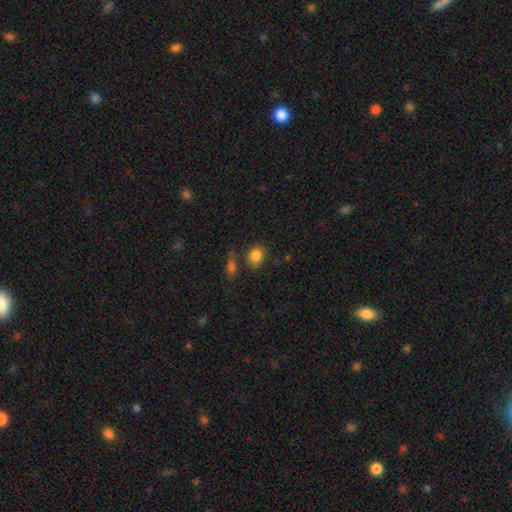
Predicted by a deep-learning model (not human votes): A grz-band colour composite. It shows a smooth galaxy with no disk features (83%) that is in between round and cigar-shaped (58%). Merging: none (70%).